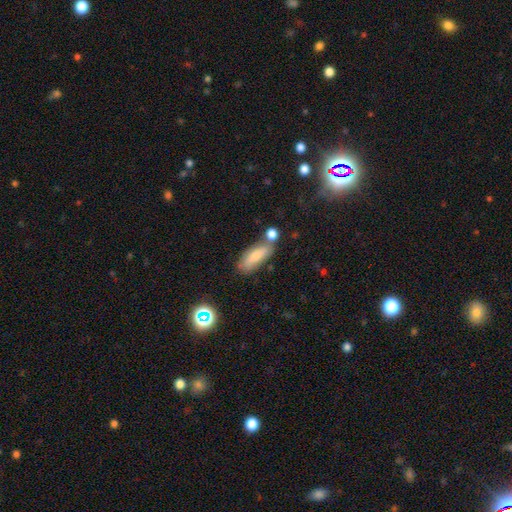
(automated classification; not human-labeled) Smooth or featured? smooth (76%)
How rounded? in between (65%)
Merging? none (58%)